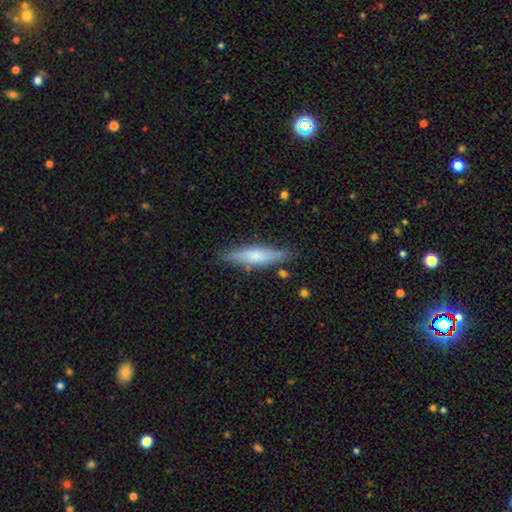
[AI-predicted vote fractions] Morphology: type=smooth (62%); roundness=cigar-shaped (78%); merging=none (82%).